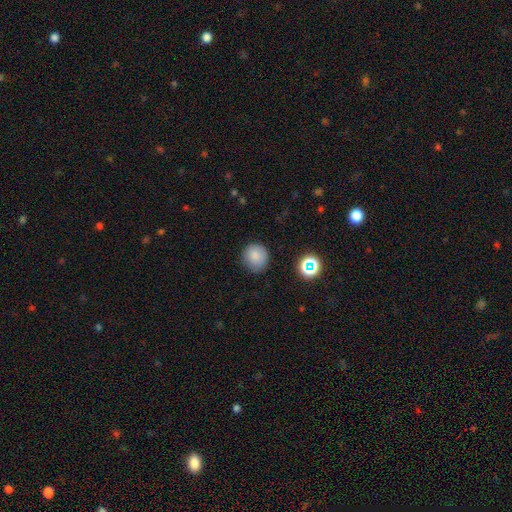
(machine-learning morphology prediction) smooth 82%, star or artifact 12%, featured or disk 6%. Down the decision tree: how rounded — round (89%); merging — none (82%).